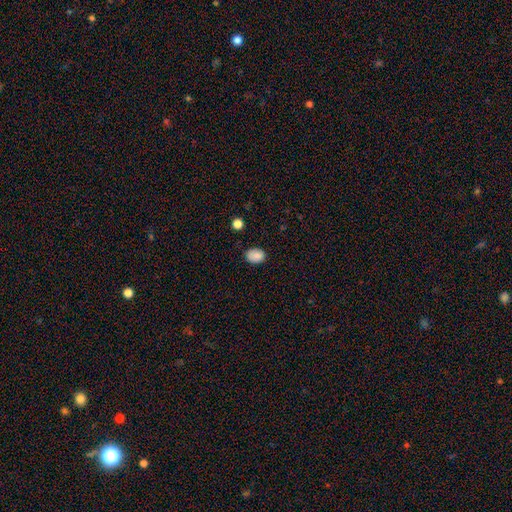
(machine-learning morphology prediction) This appears to be a smooth galaxy with no disk features (87%) that is in between round and cigar-shaped (69%). Merging: none (82%).